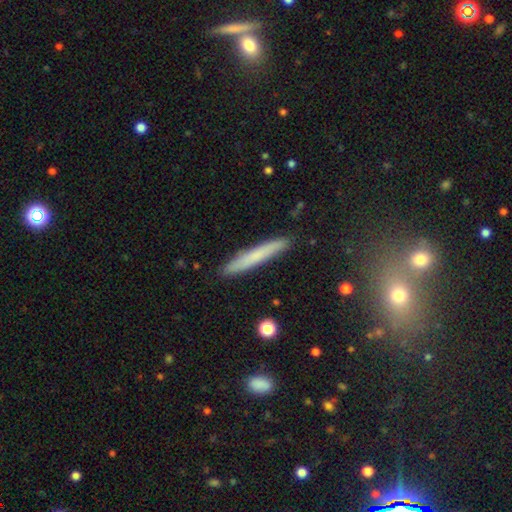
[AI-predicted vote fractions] Smooth or featured?
  - smooth: 66% *
  - featured or disk: 27%
  - star or artifact: 7%
How rounded?
  - cigar-shaped: 96% *
  - in between: 3%
  - round: 1%
Merging?
  - none: 90% *
  - minor disturbance: 8%
  - major disturbance: 1%
  - merger: 1%